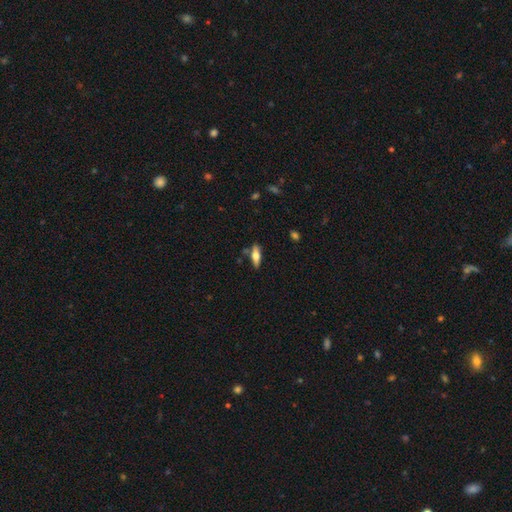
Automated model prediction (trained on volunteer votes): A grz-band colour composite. It shows a smooth galaxy with no disk features (56%) that is in between round and cigar-shaped (53%). Merging: none (78%).